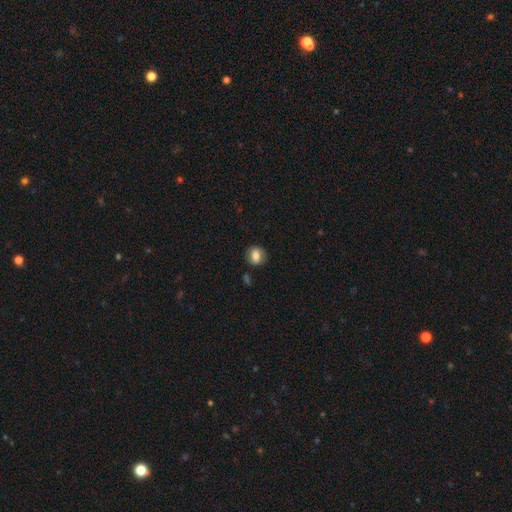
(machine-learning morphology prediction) Q: Smooth or featured?
A: smooth (73%); runner-up: featured or disk (18%)
Q: How rounded?
A: round (67%); runner-up: in between (32%)
Q: Merging?
A: none (81%); runner-up: minor disturbance (13%)